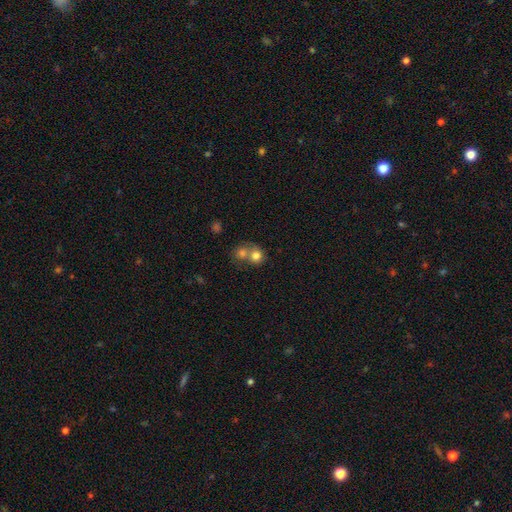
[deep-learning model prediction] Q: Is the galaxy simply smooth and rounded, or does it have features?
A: smooth — 76%.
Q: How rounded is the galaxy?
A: round — 79%.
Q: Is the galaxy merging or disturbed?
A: merger — 62%.